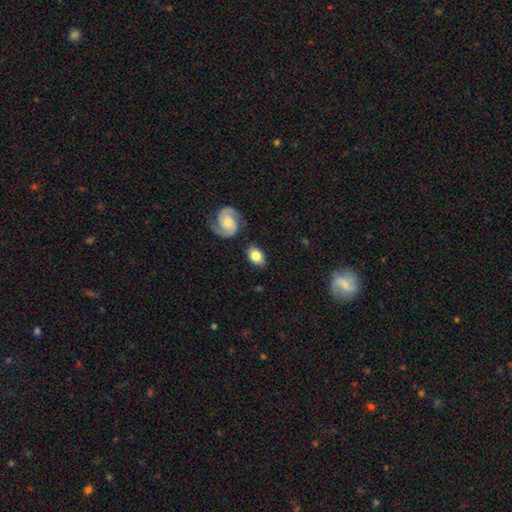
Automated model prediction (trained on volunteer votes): Smooth or featured? Predicted: smooth (p=0.74). How rounded? Predicted: in between (p=0.81). Merging? Predicted: none (p=0.79).